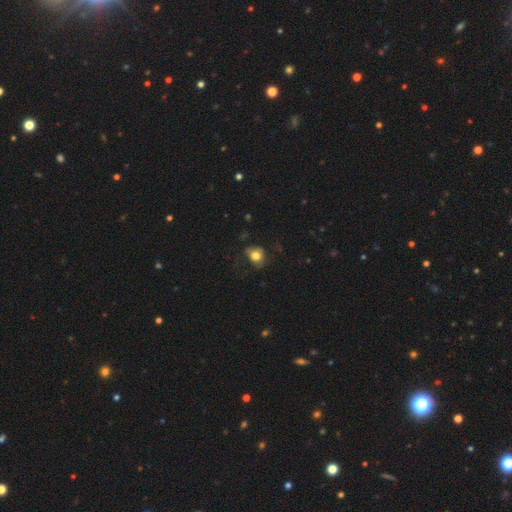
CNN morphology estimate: Smooth or featured?
  - smooth: 73% *
  - featured or disk: 16%
  - star or artifact: 11%
How rounded?
  - round: 66% *
  - in between: 33%
  - cigar-shaped: 1%
Merging?
  - none: 56% *
  - minor disturbance: 25%
  - major disturbance: 18%
  - merger: 2%